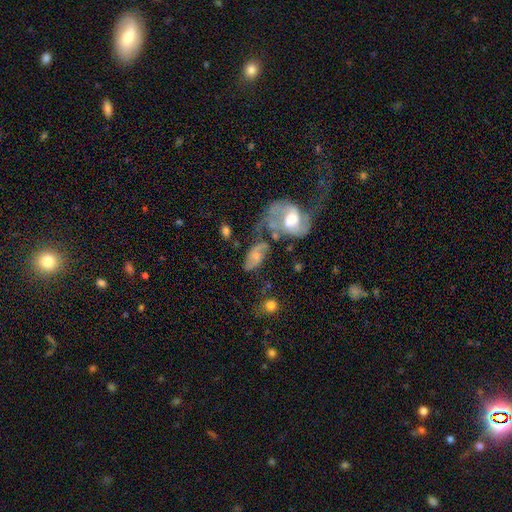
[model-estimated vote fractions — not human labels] This is likely a featured or disk galaxy (64%). It is clearly not viewed edge-on (94%). Bar: possibly no (51%). Spiral arm pattern: clearly yes (85%). Spiral arm count: clearly 2 (80%). Spiral winding: marginally loose (42%). Central bulge: possibly moderate (51%). Merging: marginally none (35%).